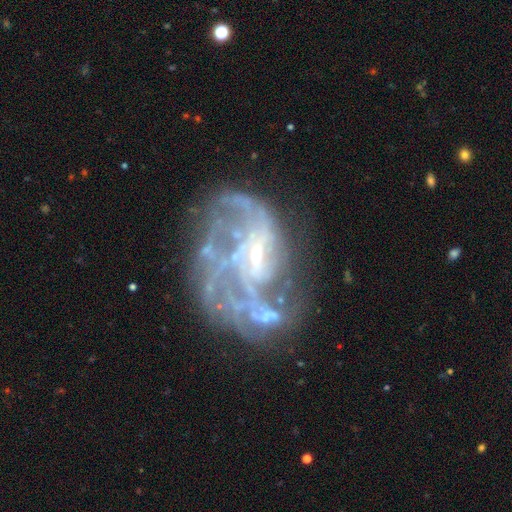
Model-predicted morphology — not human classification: smooth-or-featured: featured or disk: 83% | star or artifact: 10% | smooth: 8%
  disk-edge-on: no: 98% | yes: 2%
    bar: no: 48% | weak: 40% | strong: 12%
    has-spiral-arms: yes: 78% | no: 22%
      spiral-winding: medium: 38% | tight: 32% | loose: 30%
      spiral-arm-count: can't tell: 40% | 2: 18% | 3: 15% | 4: 12% | 1: 8% | more than 4: 8%
    bulge-size: small: 68% | moderate: 16% | none: 14% | large: 2% | dominant: 1%
  merging: none: 37% | major disturbance: 32% | minor disturbance: 19% | merger: 13%